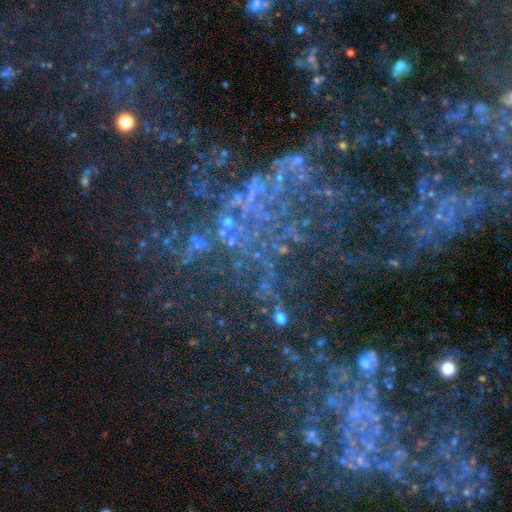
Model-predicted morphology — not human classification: Overall: star or artifact (69%).